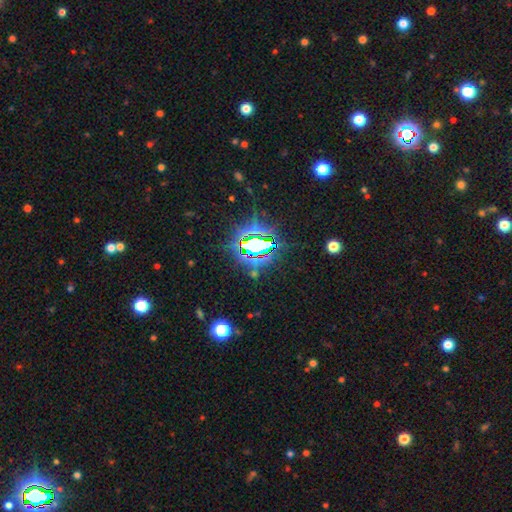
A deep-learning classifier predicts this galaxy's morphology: Overall: star or artifact (76%).